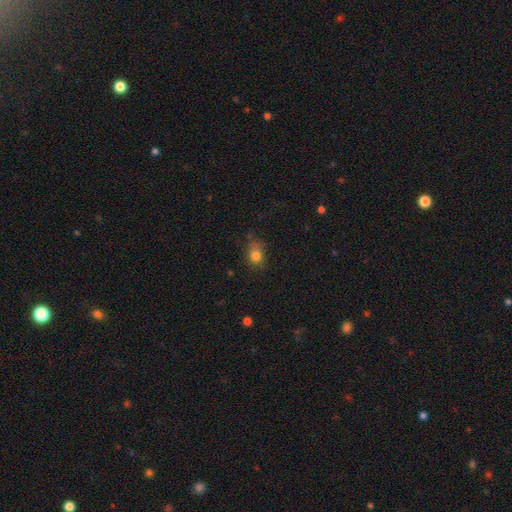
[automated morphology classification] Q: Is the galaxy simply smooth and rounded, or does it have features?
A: smooth — 80%.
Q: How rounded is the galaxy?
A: in between — 58%.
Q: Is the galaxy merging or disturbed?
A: none — 62%.